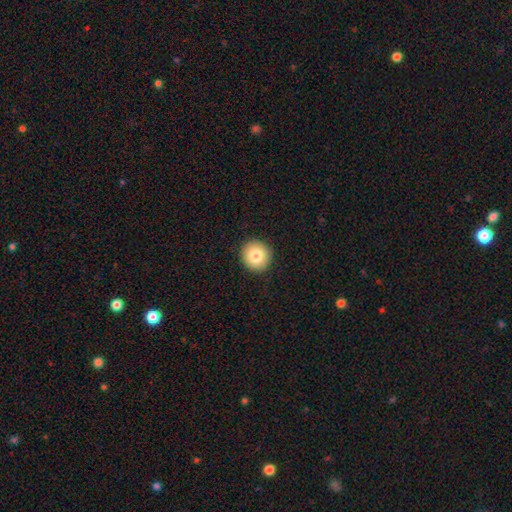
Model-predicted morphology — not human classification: A smooth galaxy with no disk features (81%) that is round (94%). Merging: none (92%).